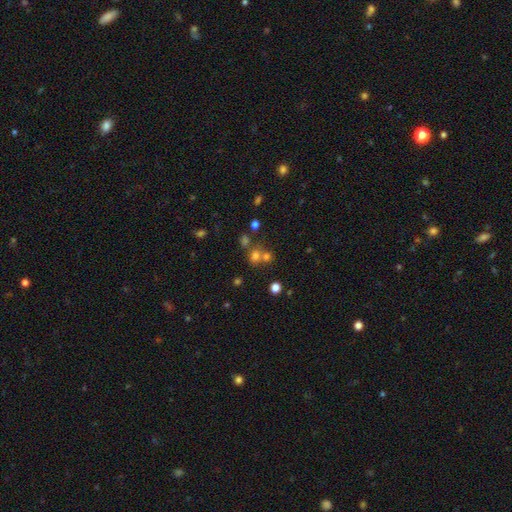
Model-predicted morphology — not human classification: This appears to be a smooth galaxy with no disk features (62%) that is round (76%). Merging: none (48%).